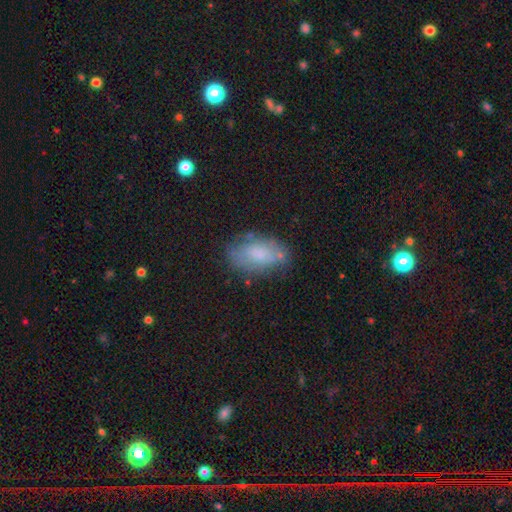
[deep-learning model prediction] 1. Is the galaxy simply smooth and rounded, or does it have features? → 59% smooth, 25% featured or disk, 16% star or artifact.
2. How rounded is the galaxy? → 90% in between, 5% round, 5% cigar-shaped.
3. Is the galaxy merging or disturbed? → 72% none, 20% minor disturbance, 6% major disturbance, 3% merger.